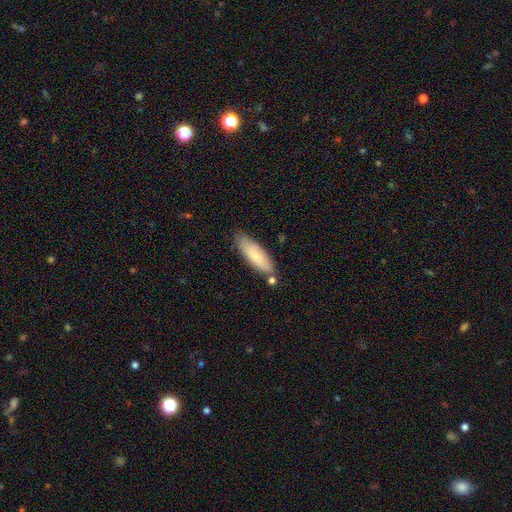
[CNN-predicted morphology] The model was most divided on "how rounded": cigar-shaped: 54%, in between: 44%, round: 1%. More confident: smooth or featured — smooth (79%); merging — none (73%).